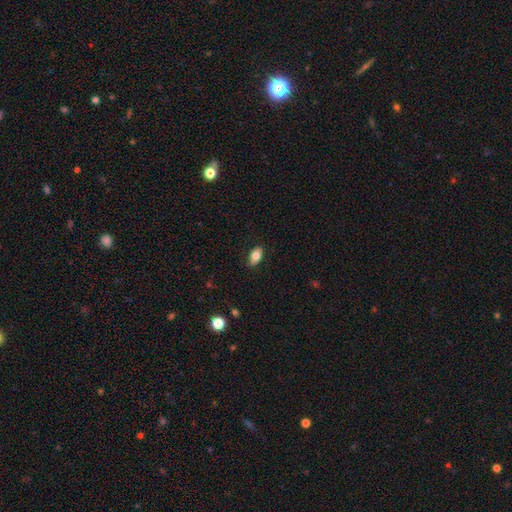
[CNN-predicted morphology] A smooth galaxy with no disk features (74%) that is in between round and cigar-shaped (89%).

Vote fractions:
- Smooth or featured? smooth: 74% / featured or disk: 19% / star or artifact: 7%
- How rounded? in between: 89% / round: 6% / cigar-shaped: 5%
- Merging? none: 85% / minor disturbance: 12% / major disturbance: 2% / merger: 1%